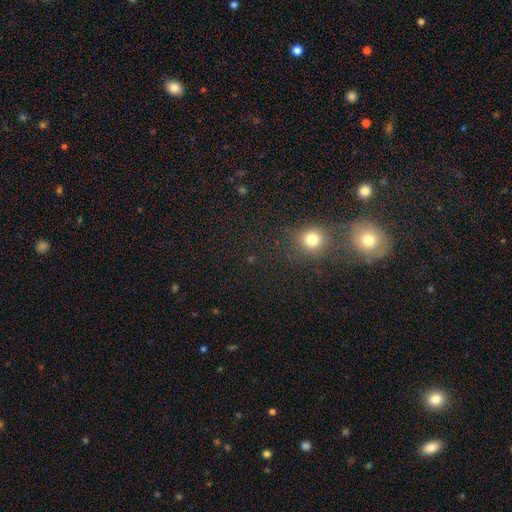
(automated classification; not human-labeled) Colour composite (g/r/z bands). It shows a smooth galaxy with no disk features (54%) that is round (87%). Merging: none (66%).